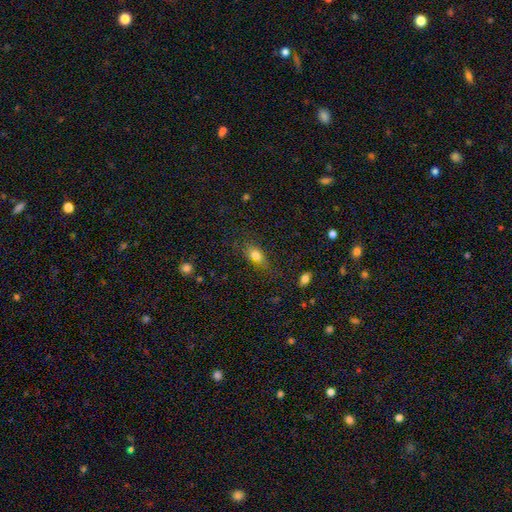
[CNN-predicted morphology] Smooth or featured?
  - smooth: 77% *
  - star or artifact: 12%
  - featured or disk: 11%
How rounded?
  - in between: 76% *
  - round: 13%
  - cigar-shaped: 11%
Merging?
  - none: 70% *
  - minor disturbance: 19%
  - major disturbance: 8%
  - merger: 3%